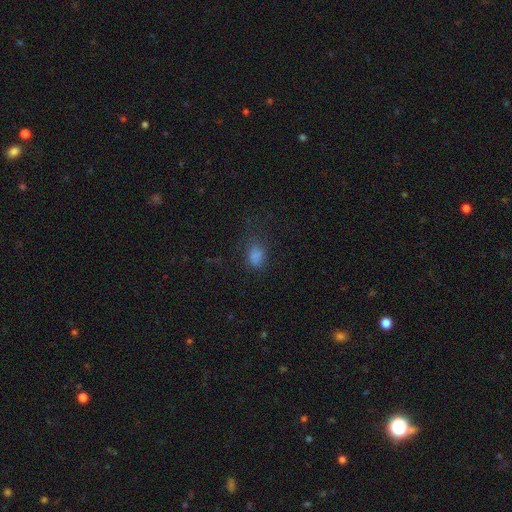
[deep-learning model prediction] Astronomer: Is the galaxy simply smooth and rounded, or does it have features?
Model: smooth — 78%.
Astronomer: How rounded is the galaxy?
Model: in between — 69%.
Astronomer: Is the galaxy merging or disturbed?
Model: none — 61%.